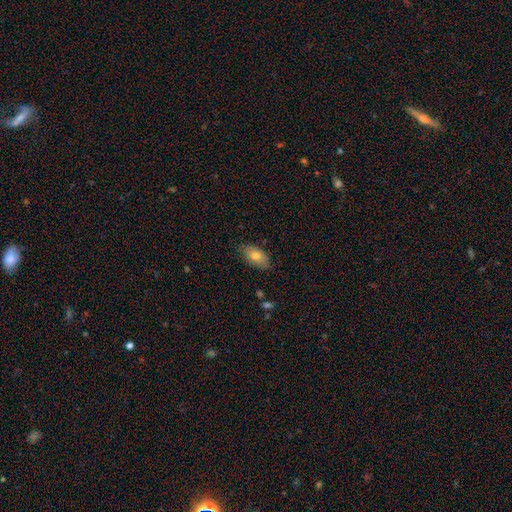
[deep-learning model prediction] Smooth or featured: smooth — 75% (featured or disk — 18%)
How rounded: in between — 92% (round — 5%)
Merging: none — 82% (minor disturbance — 15%)